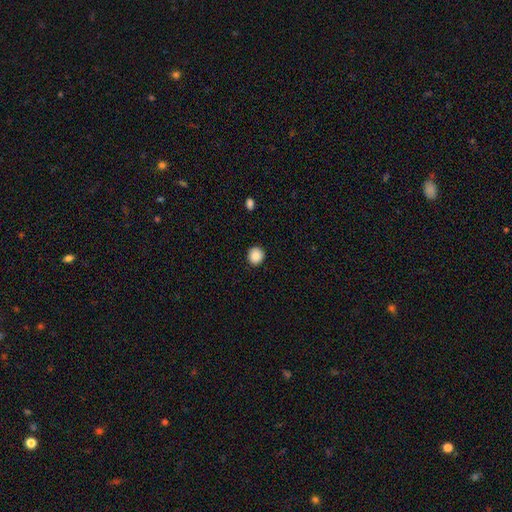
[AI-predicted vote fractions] Smooth or featured? Predicted: smooth (p=0.88). How rounded? Predicted: round (p=0.89). Merging? Predicted: none (p=0.91).